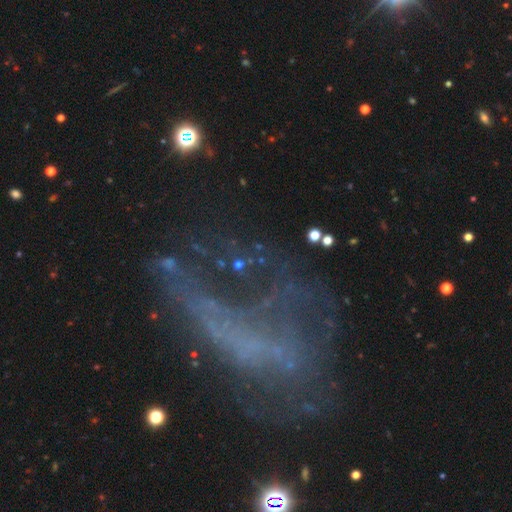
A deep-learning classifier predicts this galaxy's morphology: smooth-or-featured: featured or disk: 52% | star or artifact: 28% | smooth: 20%
  disk-edge-on: no: 90% | yes: 10%
  merging: major disturbance: 45% | none: 32% | minor disturbance: 15% | merger: 7%